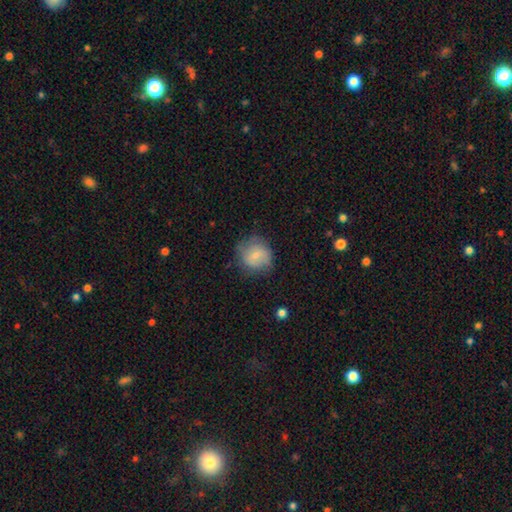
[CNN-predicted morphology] Smooth or featured? Predicted: smooth (p=0.64). How rounded? Predicted: round (p=0.85). Merging? Predicted: none (p=0.66).